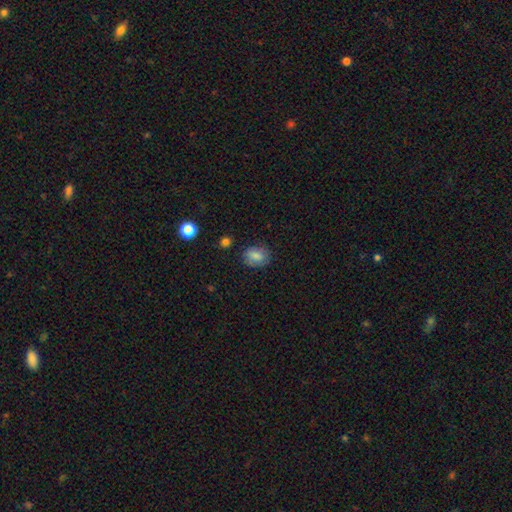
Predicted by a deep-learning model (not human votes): This appears to be a smooth galaxy with no disk features (80%) that is in between round and cigar-shaped (60%). Merging: none (77%).